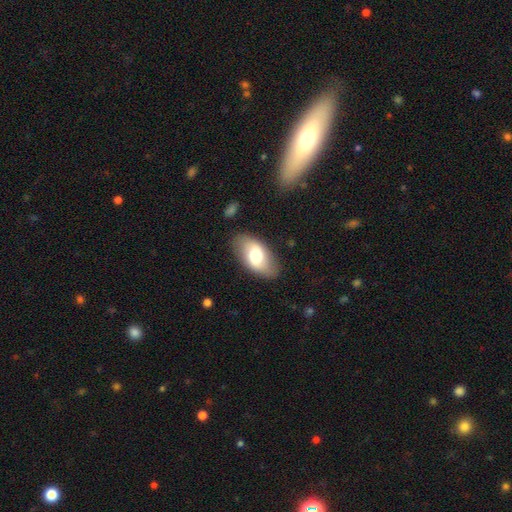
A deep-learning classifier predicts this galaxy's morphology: Overall: smooth (57%; featured or disk 37%). How rounded: in between (93%). Merging: none (83%).